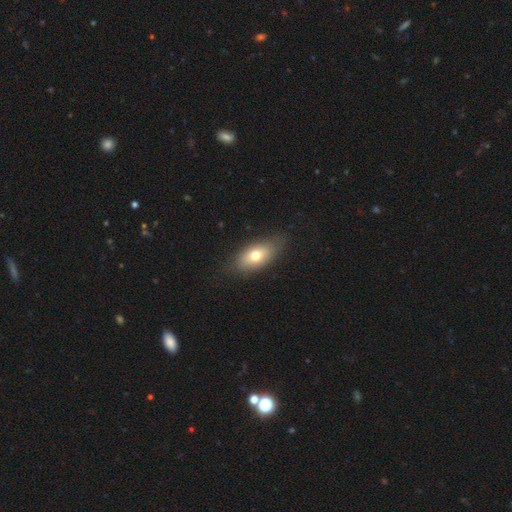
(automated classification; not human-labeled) The model was most divided on "smooth or featured": smooth: 71%, featured or disk: 21%, star or artifact: 8%. More confident: how rounded — in between (86%); merging — none (80%).